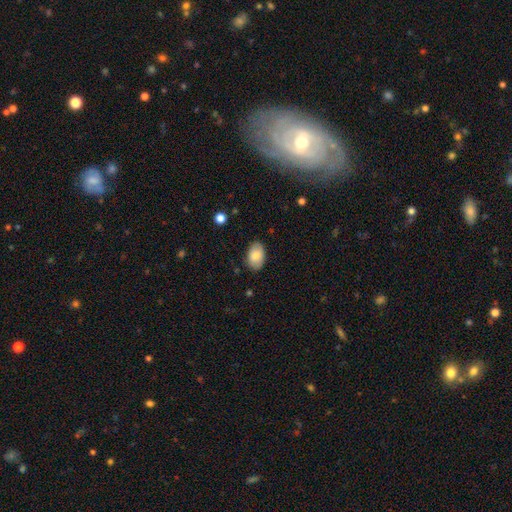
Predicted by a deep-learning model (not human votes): This appears to be a smooth galaxy with no disk features (83%) that is in between round and cigar-shaped (90%). Merging: none (85%).